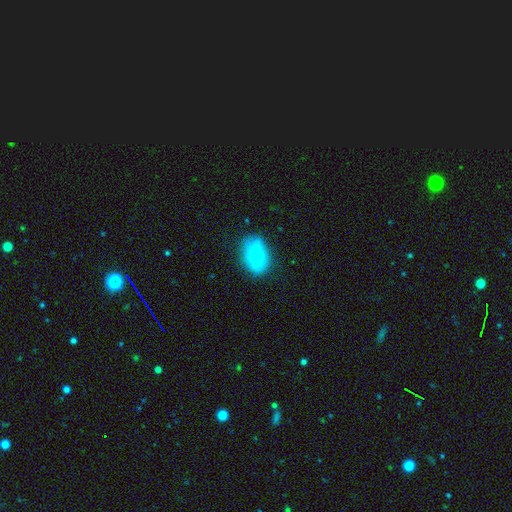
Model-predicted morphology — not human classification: Smooth or featured?
  - smooth: 71% *
  - featured or disk: 21%
  - star or artifact: 8%
How rounded?
  - in between: 82% *
  - round: 15%
  - cigar-shaped: 3%
Merging?
  - none: 78% *
  - minor disturbance: 17%
  - major disturbance: 4%
  - merger: 1%